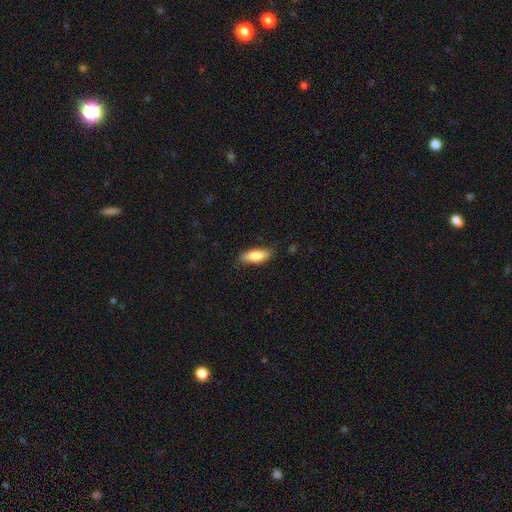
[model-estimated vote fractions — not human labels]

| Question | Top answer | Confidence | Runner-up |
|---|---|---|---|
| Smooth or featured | smooth | 81% | featured or disk (13%) |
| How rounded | in between | 67% | cigar-shaped (31%) |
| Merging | none | 83% | minor disturbance (14%) |